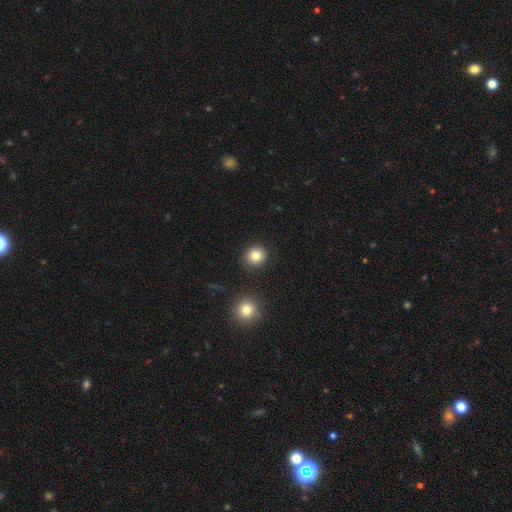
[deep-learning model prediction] Smooth or featured: smooth — 83% (star or artifact — 11%)
How rounded: round — 90% (in between — 9%)
Merging: none — 89% (minor disturbance — 6%)